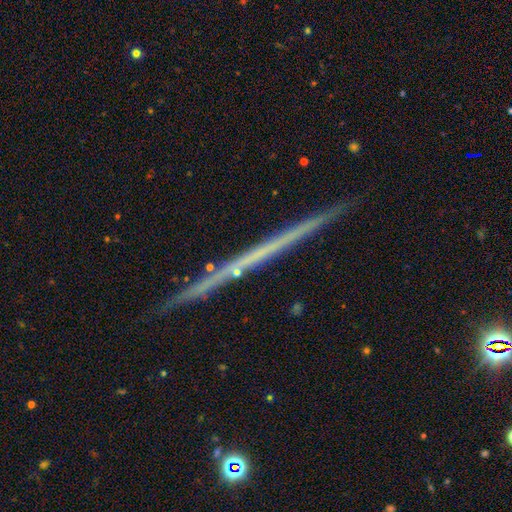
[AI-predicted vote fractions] A featured or disk galaxy (66%) viewed edge-on (98%) with no central bulge (91%). Merging: none (90%).